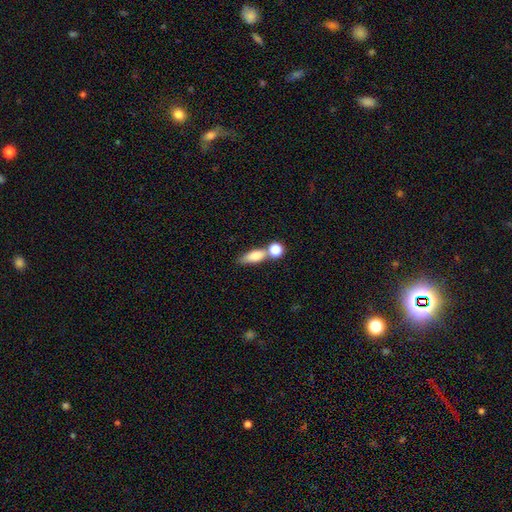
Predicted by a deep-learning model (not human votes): A smooth galaxy with no disk features (76%) that is in between round and cigar-shaped (60%).

Vote fractions:
- Smooth or featured? smooth: 76% / featured or disk: 15% / star or artifact: 10%
- How rounded? in between: 60% / cigar-shaped: 28% / round: 12%
- Merging? none: 46% / merger: 36% / minor disturbance: 12% / major disturbance: 6%